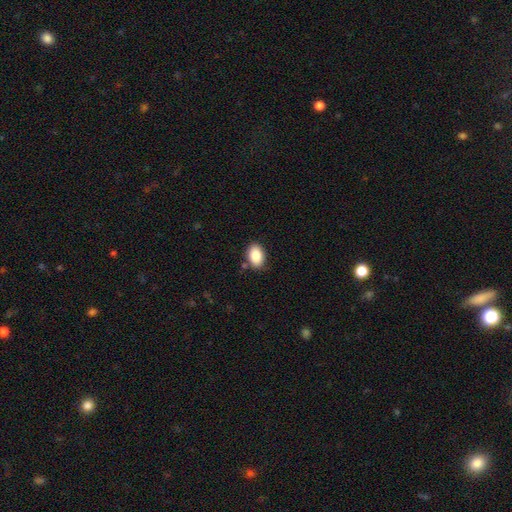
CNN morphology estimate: This is clearly a smooth galaxy (87%). How rounded: clearly in between (85%). Merging: clearly none (82%).